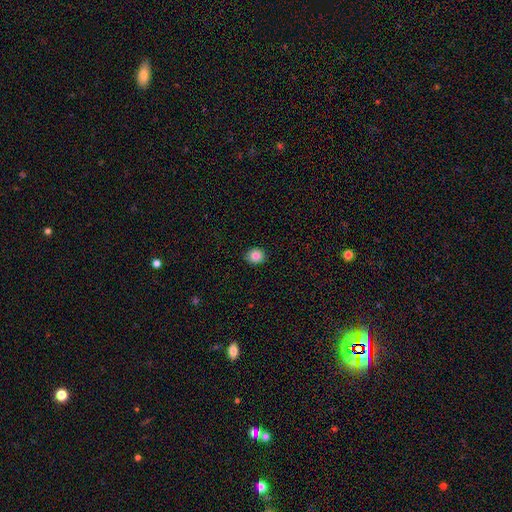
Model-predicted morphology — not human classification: Q: Smooth or featured?
A: smooth (86%); runner-up: star or artifact (9%)
Q: How rounded?
A: round (78%); runner-up: in between (21%)
Q: Merging?
A: none (91%); runner-up: minor disturbance (7%)